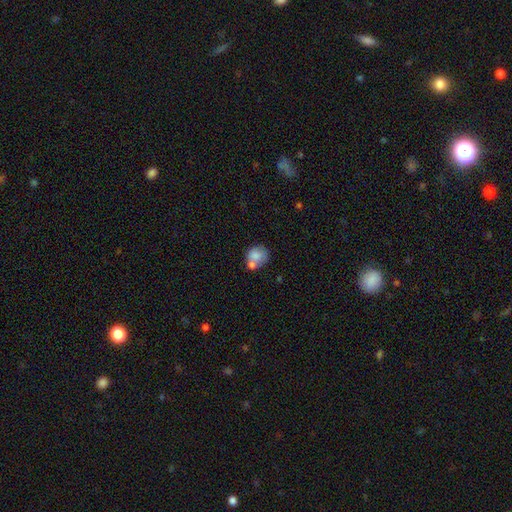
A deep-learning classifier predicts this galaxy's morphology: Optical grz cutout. It shows a smooth galaxy with no disk features (75%) that is round (69%). Merging: none (40%).